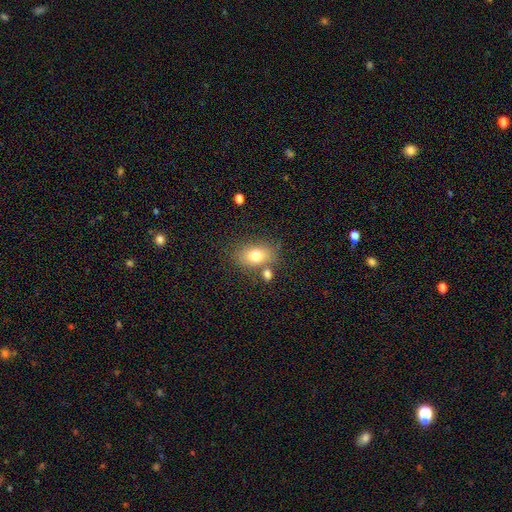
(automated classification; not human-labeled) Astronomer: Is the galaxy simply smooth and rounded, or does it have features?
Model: smooth — 76%.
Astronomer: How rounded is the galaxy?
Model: in between — 77%.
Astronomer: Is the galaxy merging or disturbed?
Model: none — 66%.